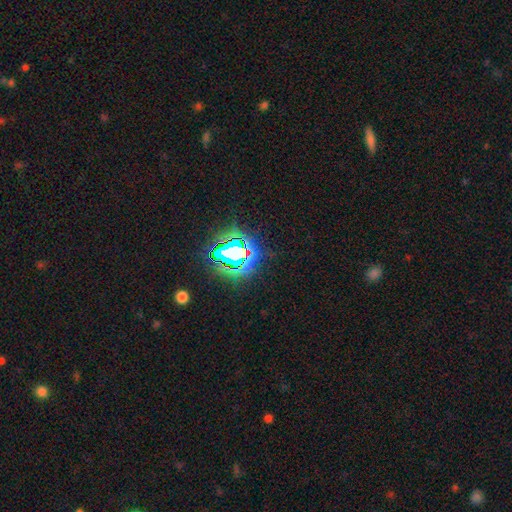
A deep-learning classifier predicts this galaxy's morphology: The model was most divided on "smooth or featured": star or artifact: 82%, smooth: 12%, featured or disk: 6%.